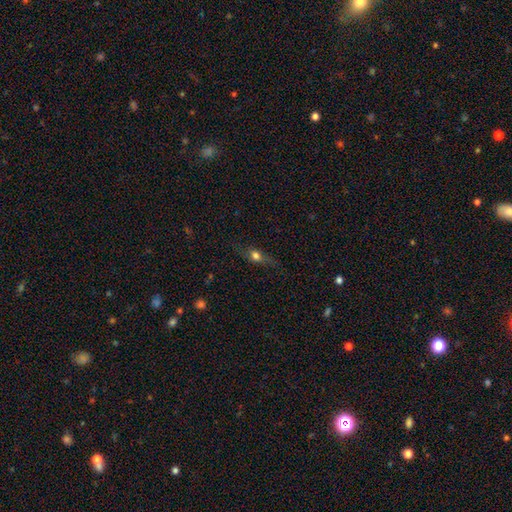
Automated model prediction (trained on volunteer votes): Overall: smooth (53%; featured or disk 33%). How rounded: in between (45%; cigar-shaped 33%). Merging: none (73%).